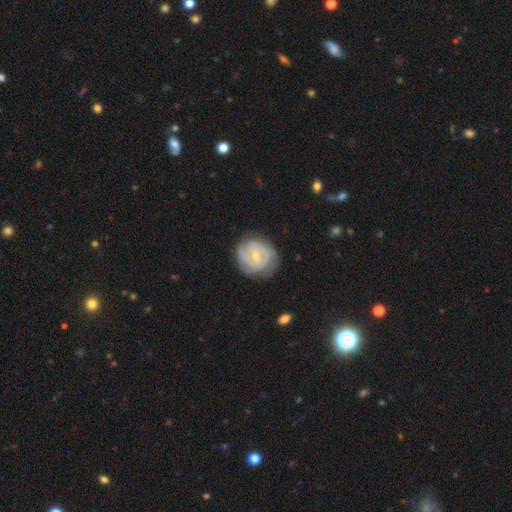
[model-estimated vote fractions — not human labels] A featured or disk galaxy (77%) with a weak bar (56%), 2 (47%) tight (57%) spiral arms (91%) and a small central bulge (65%).

Vote fractions:
- Smooth or featured? featured or disk: 77% / smooth: 18% / star or artifact: 5%
- Edge-on disk? no: 98% / yes: 2%
- Bar? weak: 56% / no: 27% / strong: 17%
- Spiral arms? yes: 91% / no: 9%
- Spiral winding? tight: 57% / medium: 34% / loose: 9%
- Spiral arm count? 2: 47% / can't tell: 26% / 3: 15% / 4: 4% / 1: 4% / more than 4: 3%
- Bulge size? small: 65% / moderate: 31% / none: 2% / large: 1% / dominant: 1%
- Merging? none: 77% / minor disturbance: 16% / major disturbance: 5% / merger: 1%